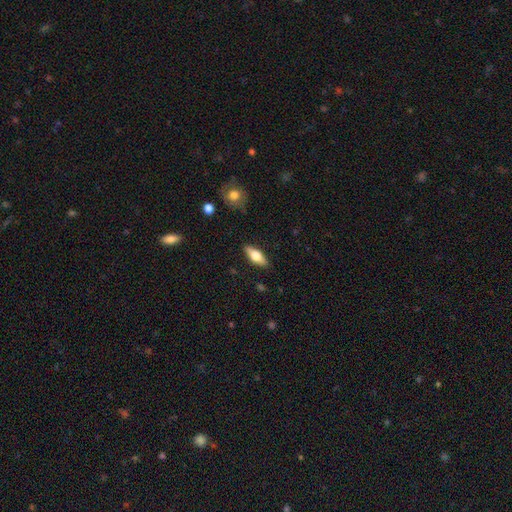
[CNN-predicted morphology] This is possibly a smooth galaxy (57%). How rounded: likely in between (66%). Merging: clearly none (87%).